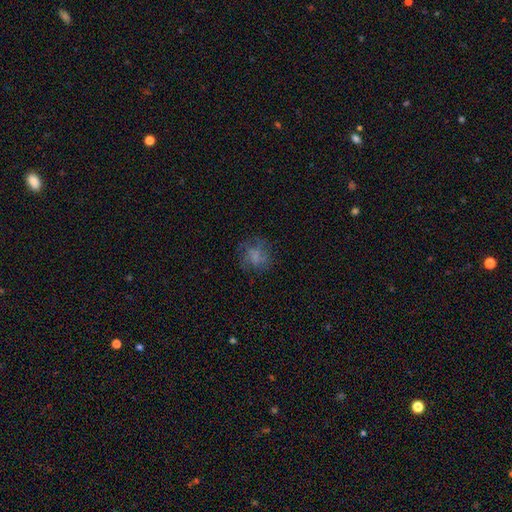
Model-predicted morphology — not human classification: Smooth or featured? smooth (50%)
How rounded? round (71%)
Merging? none (65%)